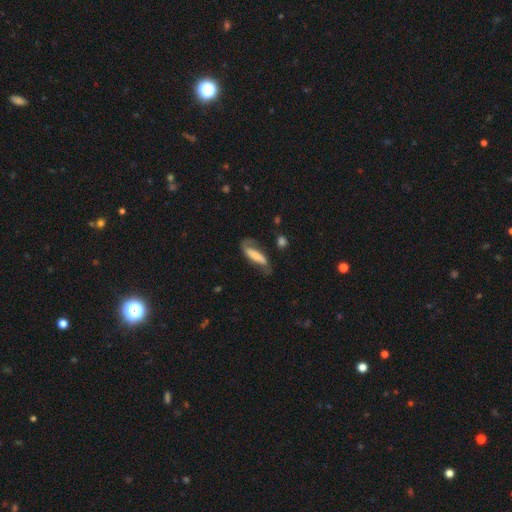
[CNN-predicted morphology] Overall: featured or disk (53%; smooth 40%). Edge-on disk: no (80%). Merging: none (48%; minor disturbance 25%).